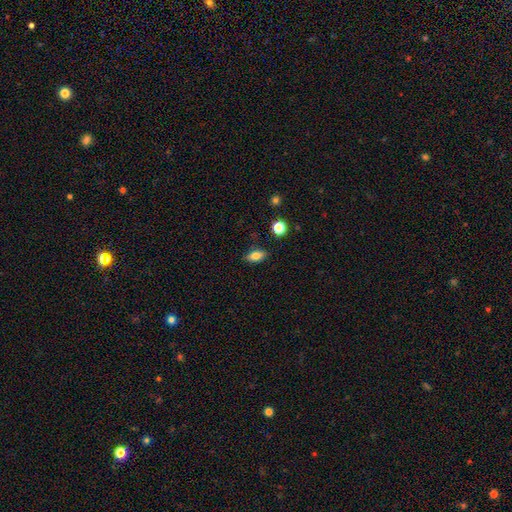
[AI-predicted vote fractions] This appears to be a smooth galaxy with no disk features (77%) that is in between round and cigar-shaped (83%). Merging: none (84%).